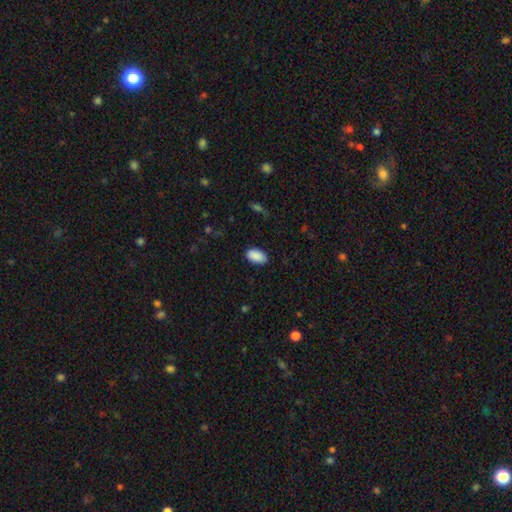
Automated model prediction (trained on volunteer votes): smooth_or_featured: smooth (p=0.90) [alt: star or artifact p=0.07]
how_rounded: in between (p=0.94) [alt: round p=0.04]
merging: none (p=0.86) [alt: minor disturbance p=0.11]